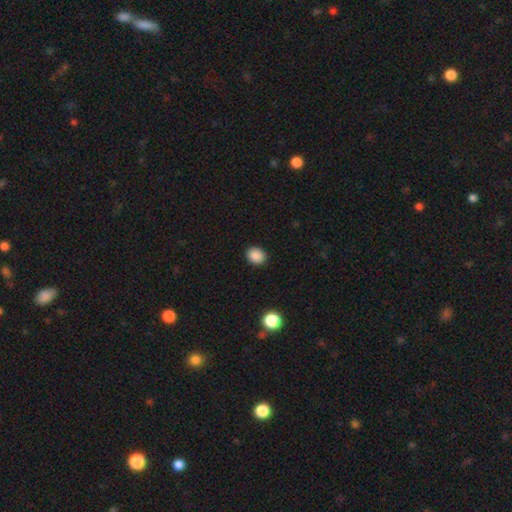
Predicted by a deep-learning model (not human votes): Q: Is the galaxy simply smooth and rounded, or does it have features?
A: smooth — 88%.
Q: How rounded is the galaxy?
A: round — 65%.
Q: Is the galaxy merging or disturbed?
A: none — 91%.